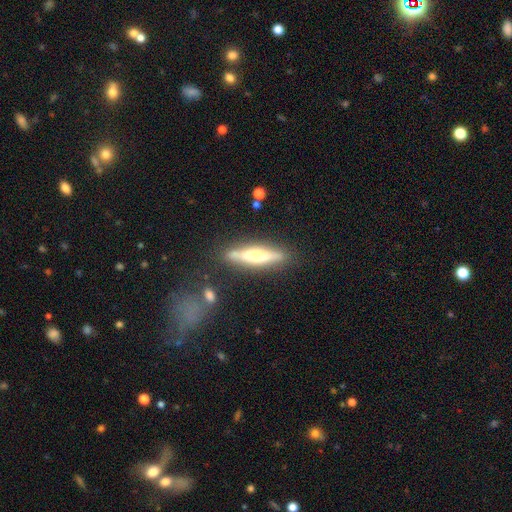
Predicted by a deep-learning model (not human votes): smooth_or_featured: featured or disk (p=0.51) [alt: smooth p=0.42]
disk_edge_on: yes (p=0.90) [alt: no p=0.10]
merging: none (p=0.81) [alt: minor disturbance p=0.12]